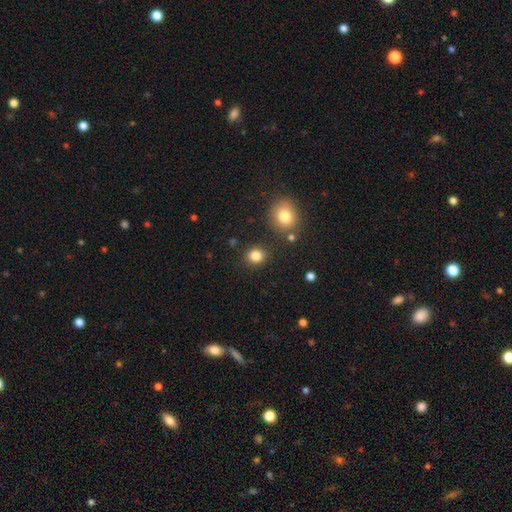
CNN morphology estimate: type=smooth (83%); roundness=round (83%); merging=none (86%).